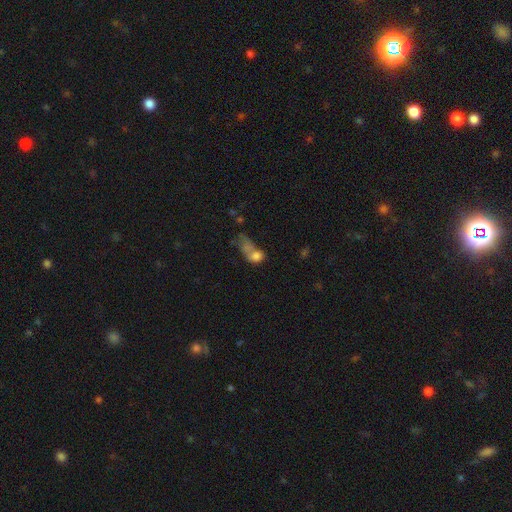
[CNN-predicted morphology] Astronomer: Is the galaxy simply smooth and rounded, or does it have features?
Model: smooth — 68%.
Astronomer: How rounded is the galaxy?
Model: in between — 60% (runner-up: round, 37%).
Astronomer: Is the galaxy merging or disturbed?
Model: merger — 43% (runner-up: major disturbance, 28%).